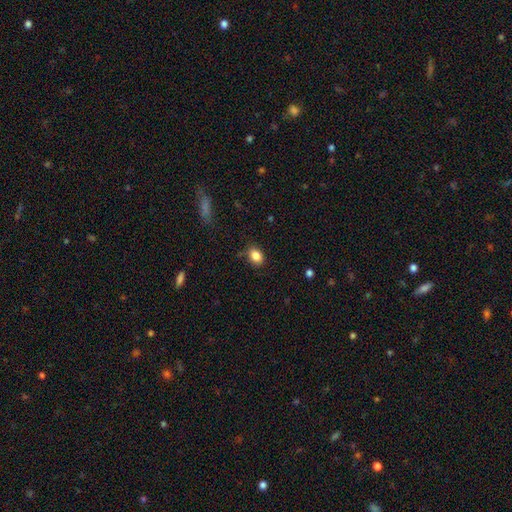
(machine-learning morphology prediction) Smooth or featured: smooth — 85% (star or artifact — 10%)
How rounded: in between — 66% (round — 33%)
Merging: none — 80% (minor disturbance — 15%)